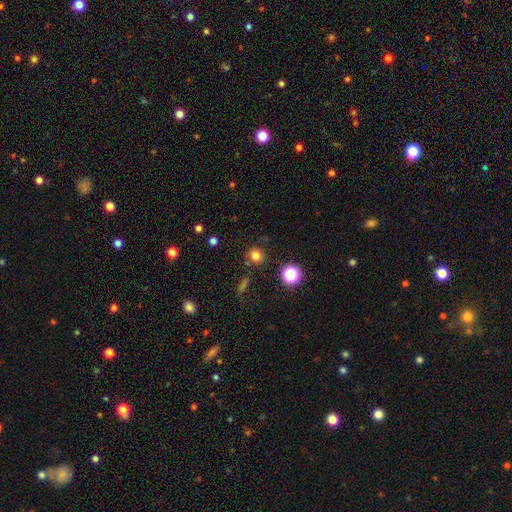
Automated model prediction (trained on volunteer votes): A smooth galaxy with no disk features (76%) that is round (91%). Merging: none (84%).